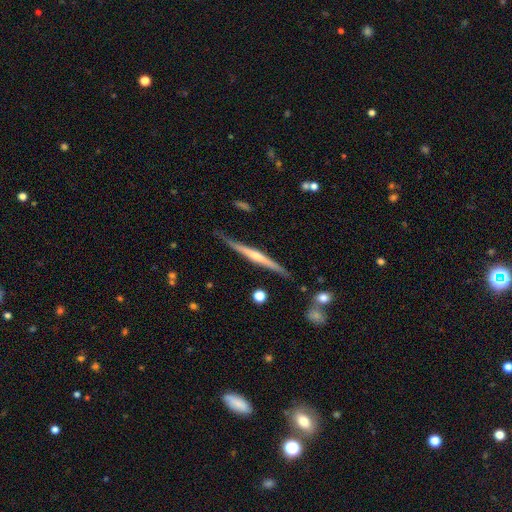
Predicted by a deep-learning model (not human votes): A featured or disk galaxy (80%) viewed edge-on (98%) with a rounded central bulge (74%). Merging: none (86%).